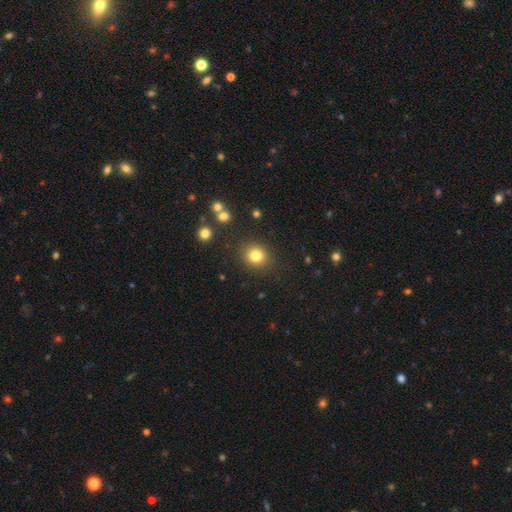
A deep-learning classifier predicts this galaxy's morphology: A smooth galaxy with no disk features (81%) that is round (82%). Merging: none (87%).